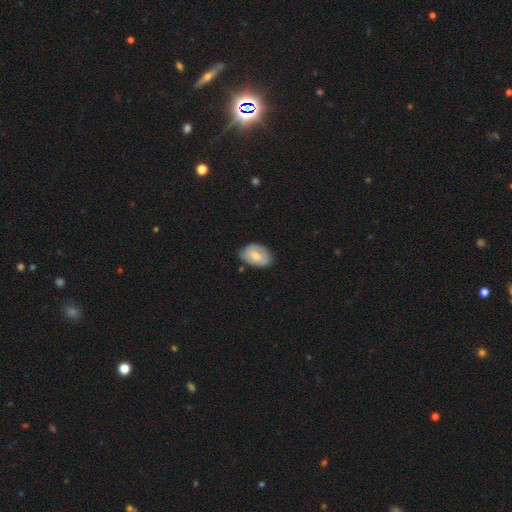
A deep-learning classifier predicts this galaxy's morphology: This appears to be a smooth galaxy with no disk features (68%) that is in between round and cigar-shaped (87%). Merging: none (69%).